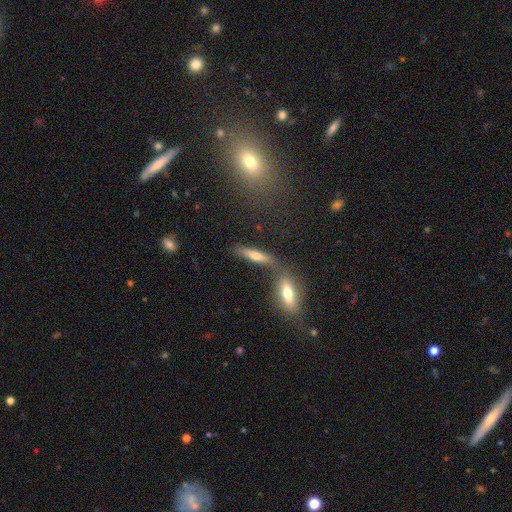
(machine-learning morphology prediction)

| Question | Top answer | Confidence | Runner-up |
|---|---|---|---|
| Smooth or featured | smooth | 58% | featured or disk (32%) |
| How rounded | cigar-shaped | 67% | in between (28%) |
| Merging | none | 53% | merger (32%) |